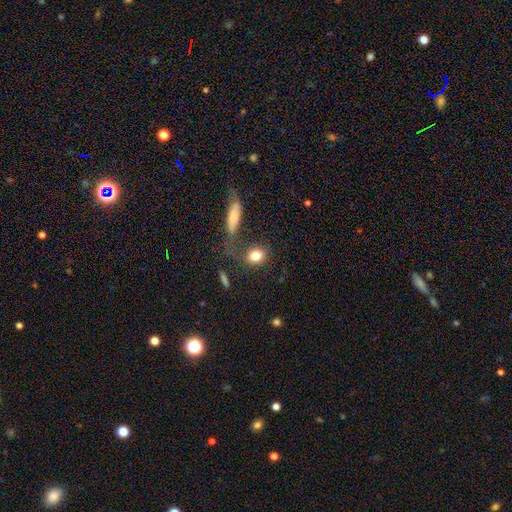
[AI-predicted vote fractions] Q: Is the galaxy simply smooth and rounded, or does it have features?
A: smooth — 81%.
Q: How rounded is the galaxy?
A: round — 58%.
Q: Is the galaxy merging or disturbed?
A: none — 67%.